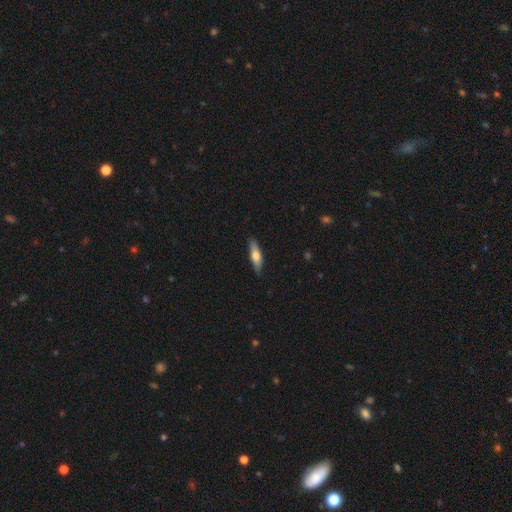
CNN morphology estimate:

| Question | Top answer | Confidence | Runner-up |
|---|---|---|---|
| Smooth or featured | smooth | 60% | featured or disk (34%) |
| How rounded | cigar-shaped | 60% | in between (37%) |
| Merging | none | 85% | minor disturbance (12%) |